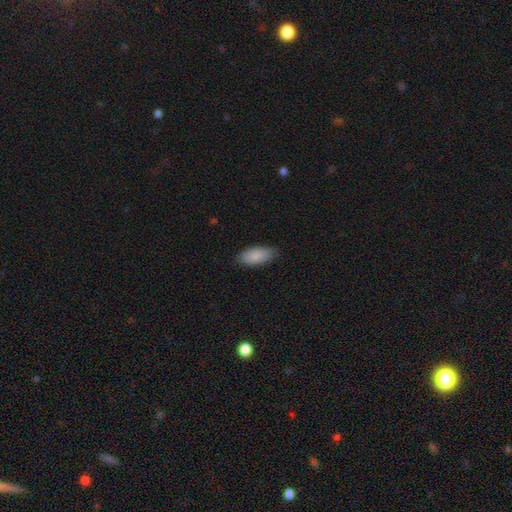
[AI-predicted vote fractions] A smooth galaxy with no disk features (88%) that is in between round and cigar-shaped (87%). Merging: none (85%).